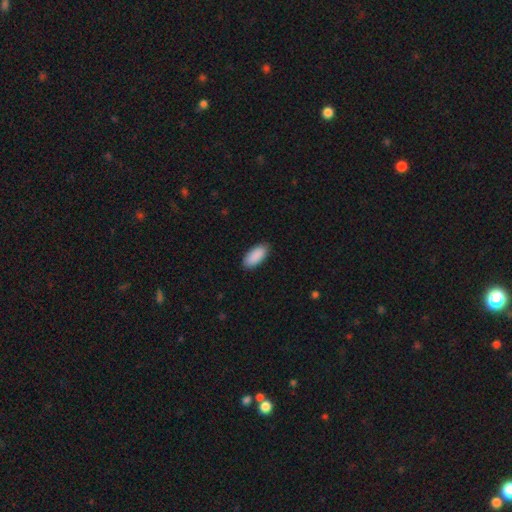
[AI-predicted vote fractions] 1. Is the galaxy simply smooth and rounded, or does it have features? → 91% smooth, 6% star or artifact, 3% featured or disk.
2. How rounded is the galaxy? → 91% in between, 7% cigar-shaped, 2% round.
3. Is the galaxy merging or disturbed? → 88% none, 10% minor disturbance, 2% major disturbance, 1% merger.